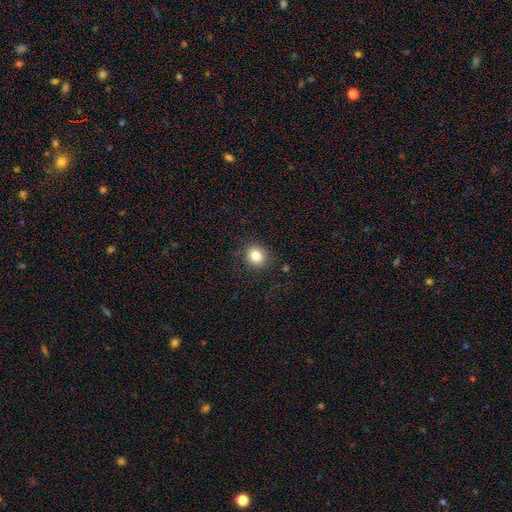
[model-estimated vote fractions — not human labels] Smooth or featured? smooth (83%)
How rounded? round (75%)
Merging? none (86%)